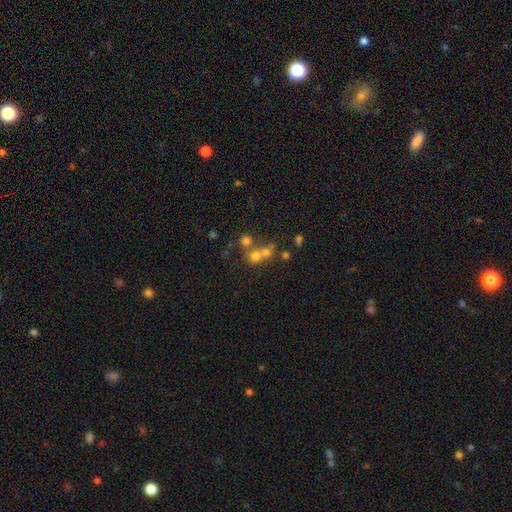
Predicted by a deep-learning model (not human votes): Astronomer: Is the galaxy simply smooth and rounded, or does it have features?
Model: smooth — 65%.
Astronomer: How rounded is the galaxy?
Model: round — 85%.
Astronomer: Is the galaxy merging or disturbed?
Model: merger — 47% (runner-up: none, 43%).